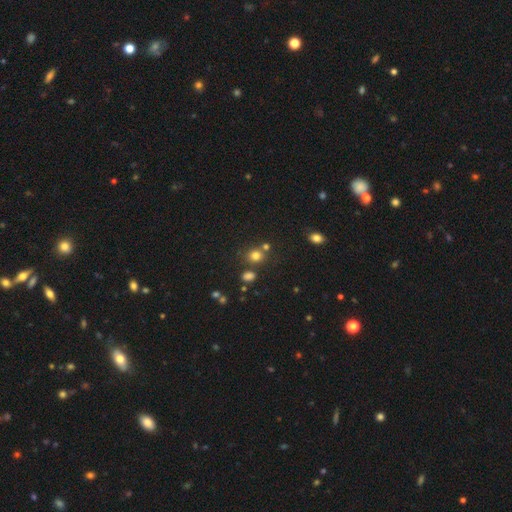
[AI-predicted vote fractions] smooth-or-featured: smooth: 75% | star or artifact: 18% | featured or disk: 7%
  how-rounded: round: 75% | in between: 23% | cigar-shaped: 1%
  merging: none: 69% | merger: 17% | minor disturbance: 10% | major disturbance: 4%